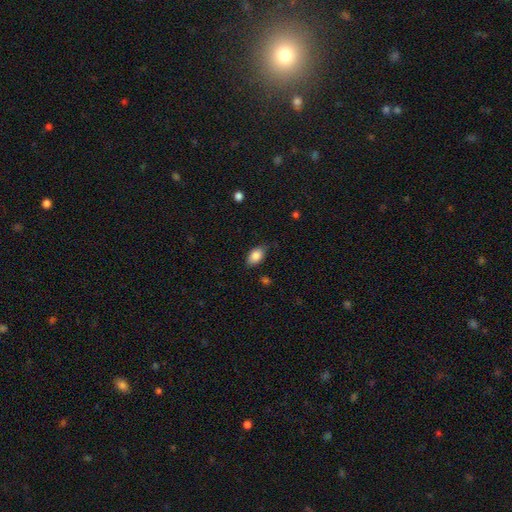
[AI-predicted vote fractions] This is clearly a smooth galaxy (86%). How rounded: clearly in between (90%). Merging: likely none (76%).